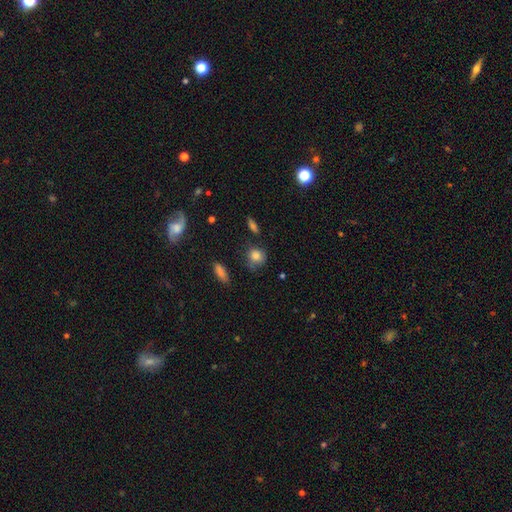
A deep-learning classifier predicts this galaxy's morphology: A smooth galaxy with no disk features (81%) that is round (72%).

Vote fractions:
- Smooth or featured? smooth: 81% / star or artifact: 10% / featured or disk: 8%
- How rounded? round: 72% / in between: 26% / cigar-shaped: 2%
- Merging? none: 60% / minor disturbance: 26% / major disturbance: 8% / merger: 6%